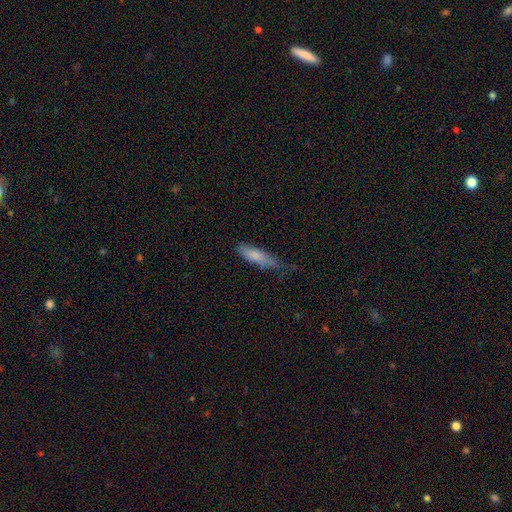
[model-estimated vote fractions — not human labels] Smooth or featured: smooth — 77% (featured or disk — 17%)
How rounded: cigar-shaped — 65% (in between — 34%)
Merging: none — 52% (minor disturbance — 36%)